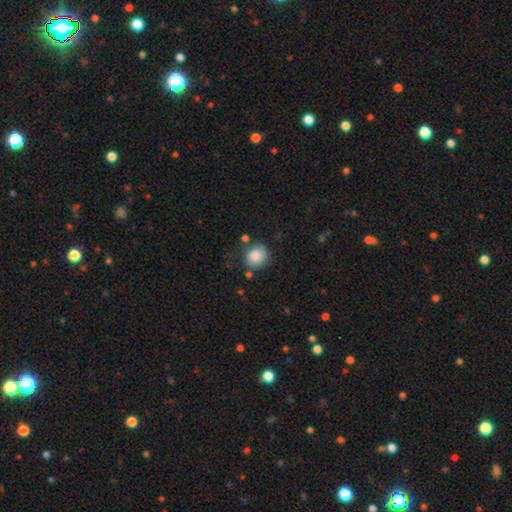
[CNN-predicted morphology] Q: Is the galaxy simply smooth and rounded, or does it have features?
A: smooth — 83%.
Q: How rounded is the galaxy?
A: round — 80%.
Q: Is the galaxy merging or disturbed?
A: none — 68%.